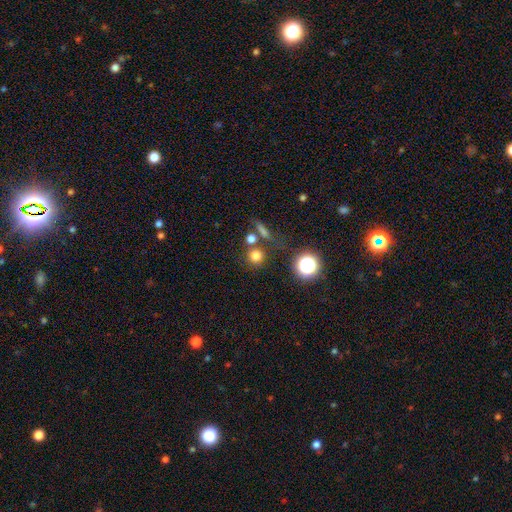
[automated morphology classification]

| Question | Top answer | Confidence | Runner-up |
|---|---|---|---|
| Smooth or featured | smooth | 73% | star or artifact (19%) |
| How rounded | round | 91% | in between (7%) |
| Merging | none | 72% | merger (15%) |